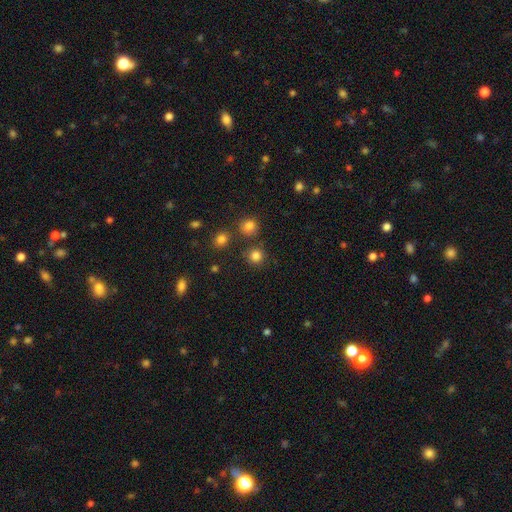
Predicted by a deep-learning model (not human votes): This is clearly a smooth galaxy (82%). How rounded: clearly round (92%). Merging: clearly none (83%).